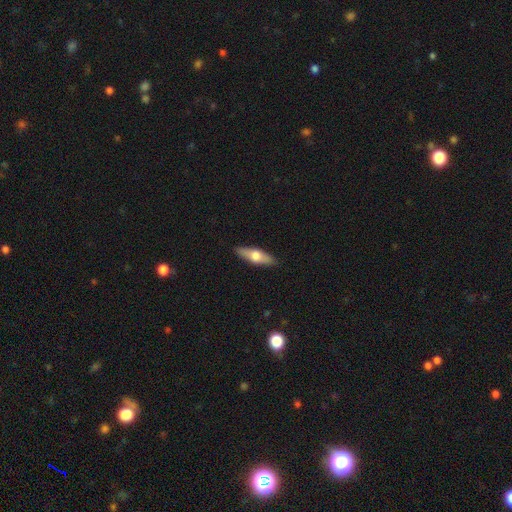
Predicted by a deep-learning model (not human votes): Smooth or featured? Predicted: smooth (p=0.52). How rounded? Predicted: cigar-shaped (p=0.50). Merging? Predicted: none (p=0.90).